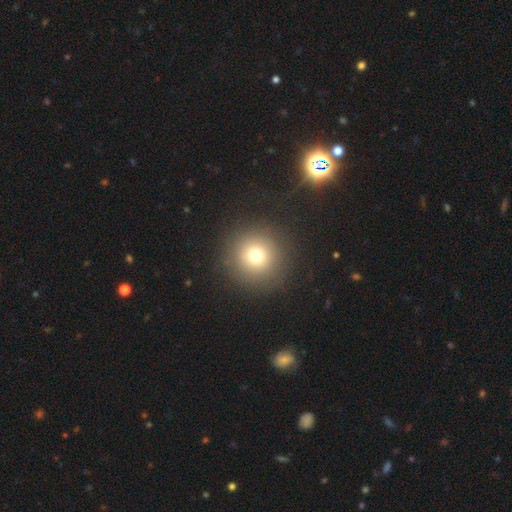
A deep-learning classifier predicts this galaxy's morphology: This appears to be a smooth galaxy with no disk features (73%) that is round (95%). Merging: none (89%).